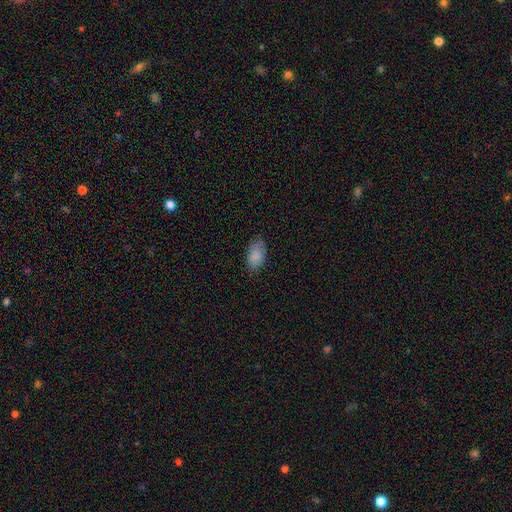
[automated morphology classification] This is clearly a smooth galaxy (87%). How rounded: clearly in between (94%). Merging: likely none (79%).